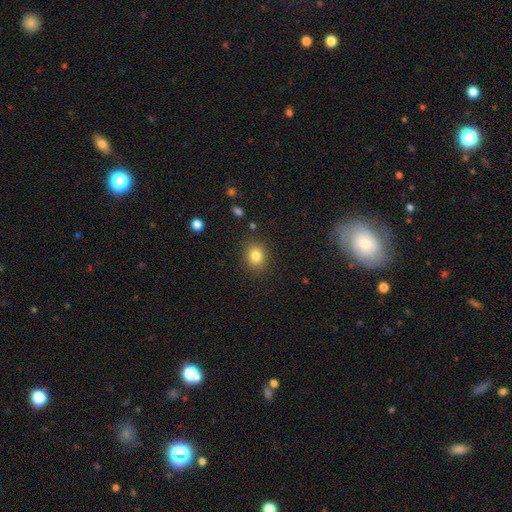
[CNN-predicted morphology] A smooth galaxy with no disk features (82%) that is round (59%). Merging: none (87%).